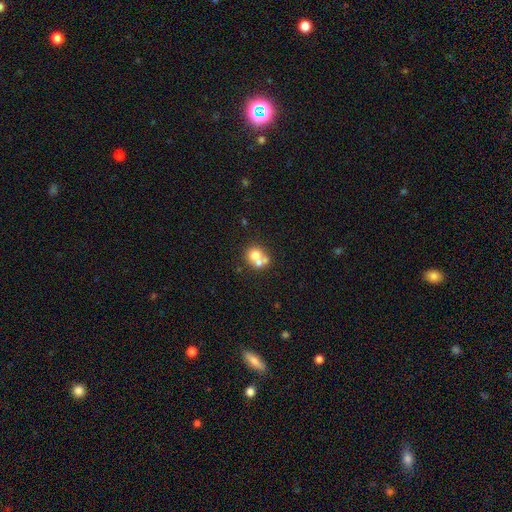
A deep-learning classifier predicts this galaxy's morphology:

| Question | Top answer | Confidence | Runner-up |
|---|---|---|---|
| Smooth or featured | smooth | 65% | featured or disk (23%) |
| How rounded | round | 79% | in between (20%) |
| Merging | merger | 56% | none (33%) |